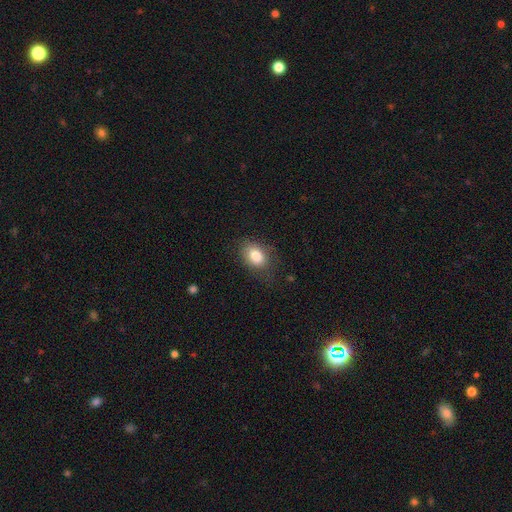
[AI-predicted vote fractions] Q: Smooth or featured?
A: smooth (84%); runner-up: featured or disk (8%)
Q: How rounded?
A: in between (81%); runner-up: round (17%)
Q: Merging?
A: none (71%); runner-up: minor disturbance (20%)